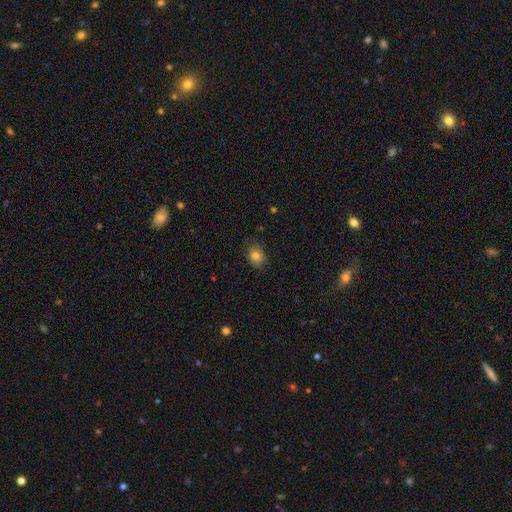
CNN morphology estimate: Smooth or featured: smooth — 81% (star or artifact — 12%)
How rounded: in between — 51% (round — 48%)
Merging: none — 83% (minor disturbance — 14%)